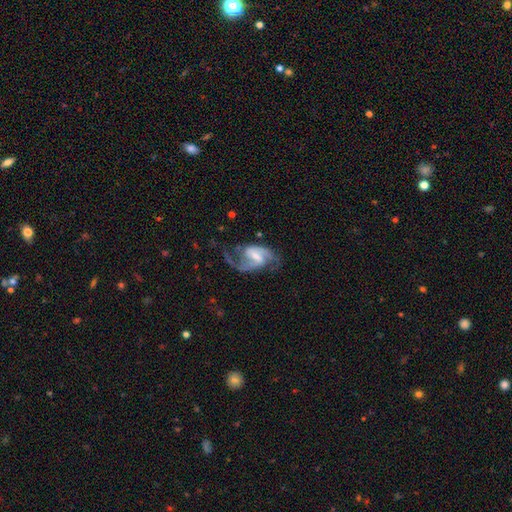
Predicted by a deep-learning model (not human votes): Smooth or featured?
  - featured or disk: 88% *
  - smooth: 7%
  - star or artifact: 5%
Edge-on disk?
  - no: 97% *
  - yes: 3%
Bar?
  - weak: 50% *
  - strong: 35%
  - no: 15%
Spiral arms?
  - yes: 96% *
  - no: 4%
Spiral winding?
  - medium: 48% *
  - loose: 40%
  - tight: 12%
Spiral arm count?
  - 2: 85% *
  - 1: 6%
  - can't tell: 4%
  - 3: 3%
  - 4: 1%
  - more than 4: 1%
Bulge size?
  - small: 43% *
  - moderate: 39%
  - none: 10%
  - large: 6%
  - dominant: 1%
Merging?
  - none: 57% *
  - major disturbance: 23%
  - minor disturbance: 18%
  - merger: 3%